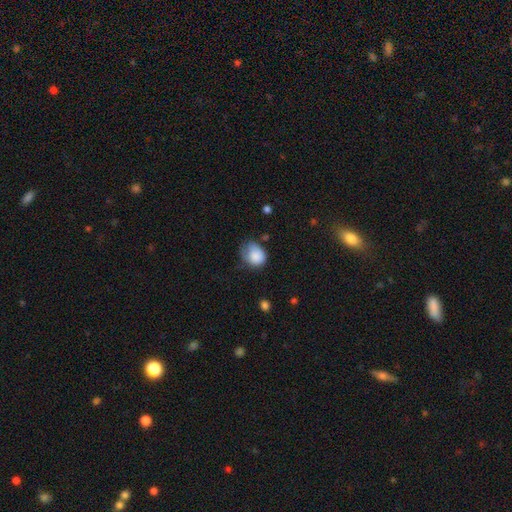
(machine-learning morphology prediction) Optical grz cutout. It shows a smooth galaxy with no disk features (82%) that is in between round and cigar-shaped (50%). Merging: minor disturbance (41%).